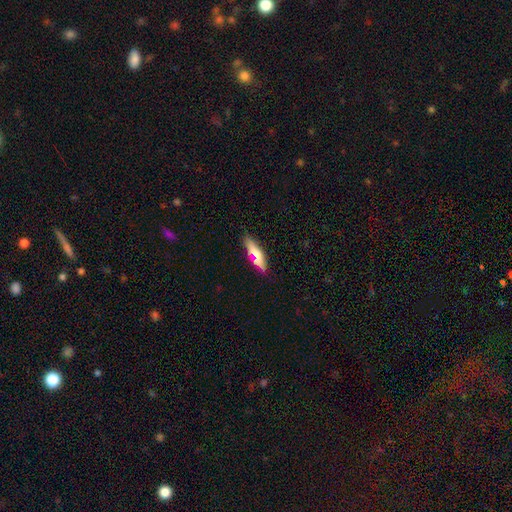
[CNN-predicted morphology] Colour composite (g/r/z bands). It shows a smooth galaxy with no disk features (60%) that is cigar-shaped (69%). Merging: none (81%).